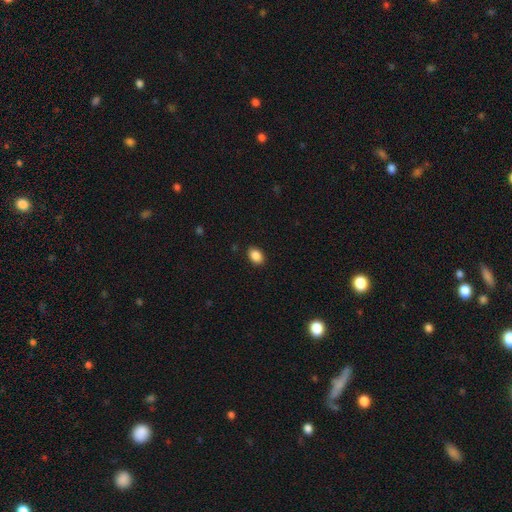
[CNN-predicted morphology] A smooth galaxy with no disk features (88%) that is in between round and cigar-shaped (80%).

Vote fractions:
- Smooth or featured? smooth: 88% / star or artifact: 8% / featured or disk: 4%
- How rounded? in between: 80% / round: 19% / cigar-shaped: 1%
- Merging? none: 89% / minor disturbance: 8% / major disturbance: 2% / merger: 1%